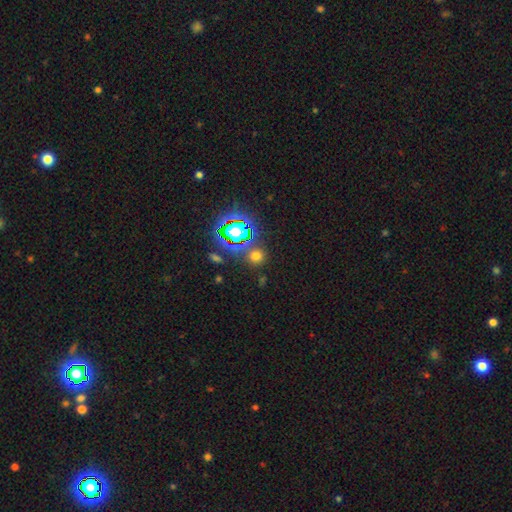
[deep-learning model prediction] Q: Smooth or featured?
A: smooth (59%); runner-up: star or artifact (34%)
Q: How rounded?
A: round (86%); runner-up: in between (12%)
Q: Merging?
A: none (80%); runner-up: minor disturbance (8%)